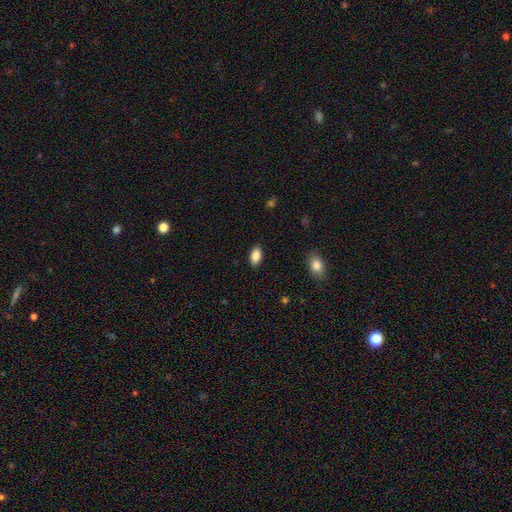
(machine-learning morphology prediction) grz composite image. It shows a smooth galaxy with no disk features (88%) that is in between round and cigar-shaped (93%). Merging: none (88%).